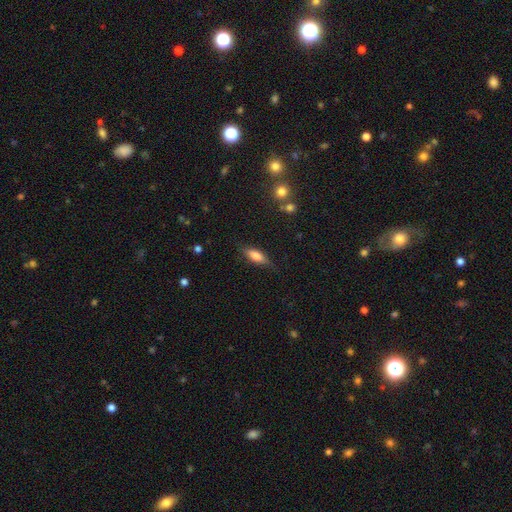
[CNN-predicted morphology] This appears to be a smooth galaxy with no disk features (67%) that is in between round and cigar-shaped (58%). Merging: none (78%).